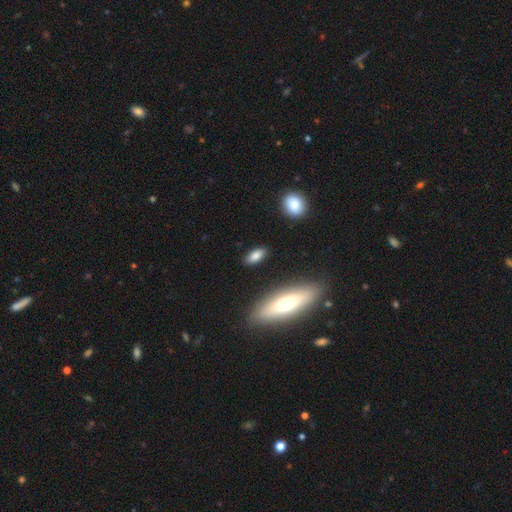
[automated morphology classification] type=smooth (80%); roundness=in between (77%); merging=none (85%).